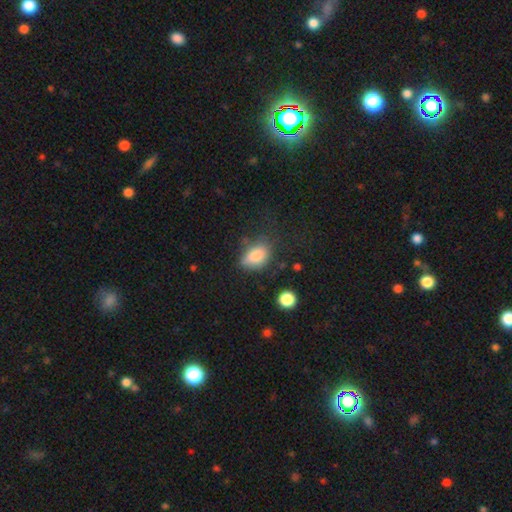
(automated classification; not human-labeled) Smooth or featured?
  - smooth: 81% *
  - featured or disk: 10%
  - star or artifact: 9%
How rounded?
  - in between: 83% *
  - round: 15%
  - cigar-shaped: 2%
Merging?
  - none: 56% *
  - minor disturbance: 28%
  - major disturbance: 12%
  - merger: 4%